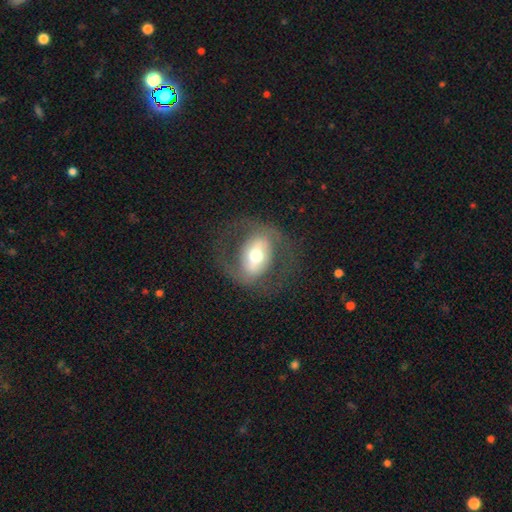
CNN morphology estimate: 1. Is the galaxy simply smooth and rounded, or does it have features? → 68% featured or disk, 25% smooth, 7% star or artifact.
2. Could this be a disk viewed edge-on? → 94% no, 6% yes.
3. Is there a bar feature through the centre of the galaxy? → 43% strong, 29% weak, 27% no.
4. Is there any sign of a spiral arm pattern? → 63% yes, 37% no.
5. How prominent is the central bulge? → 65% moderate, 16% large, 15% small, 3% dominant, 1% none.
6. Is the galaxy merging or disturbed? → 71% none, 15% major disturbance, 13% minor disturbance, 1% merger.